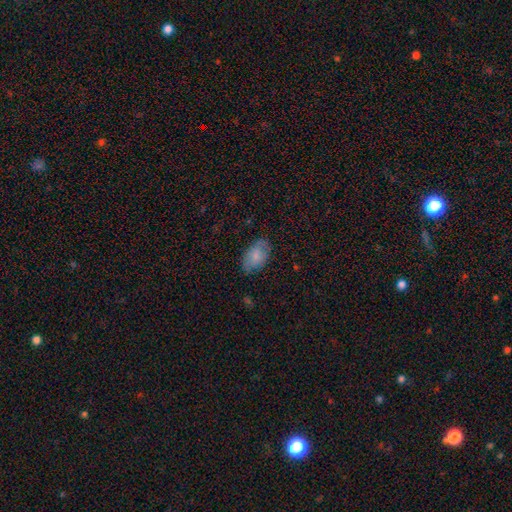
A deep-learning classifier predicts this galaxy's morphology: Overall: smooth (77%). How rounded: in between (92%). Merging: none (78%).